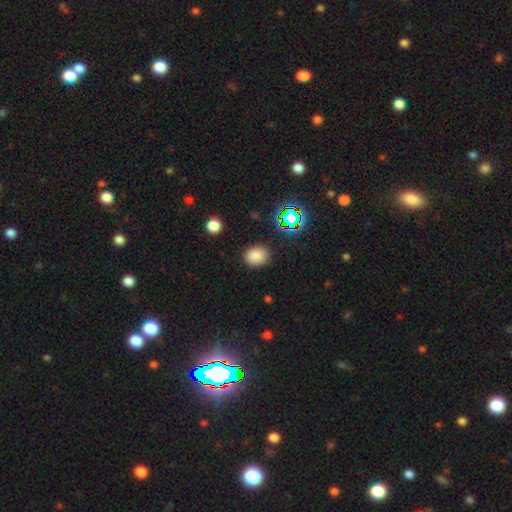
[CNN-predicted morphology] Q: Smooth or featured?
A: smooth (80%); runner-up: star or artifact (16%)
Q: How rounded?
A: round (59%); runner-up: in between (40%)
Q: Merging?
A: none (86%); runner-up: minor disturbance (10%)